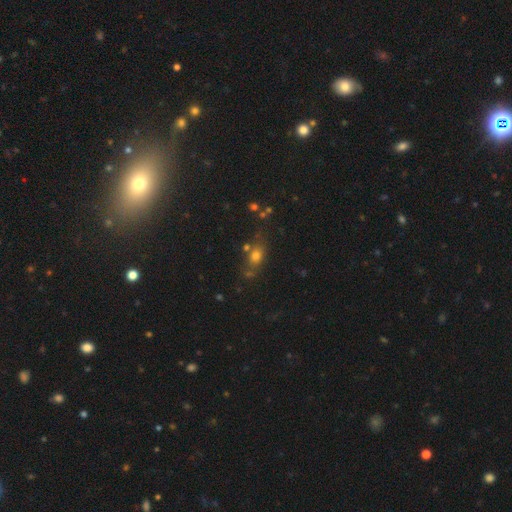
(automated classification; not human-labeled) A smooth galaxy with no disk features (70%) that is in between round and cigar-shaped (62%). Merging: none (63%).